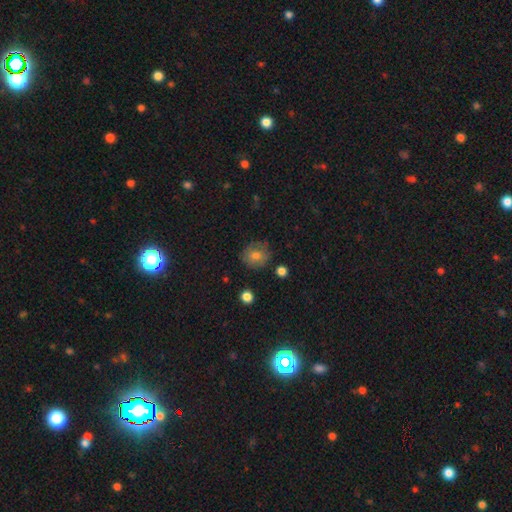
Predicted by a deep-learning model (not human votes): Smooth or featured? smooth (74%)
How rounded? round (82%)
Merging? none (77%)